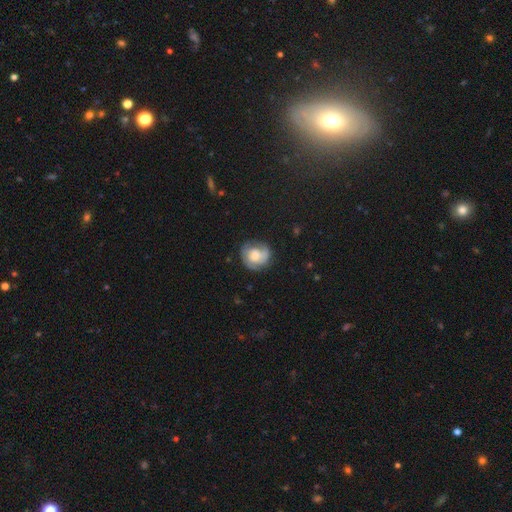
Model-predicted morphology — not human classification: smooth_or_featured: featured or disk (p=0.58) [alt: smooth p=0.34]
disk_edge_on: no (p=0.98) [alt: yes p=0.02]
bar: no (p=0.67) [alt: weak p=0.27]
has_spiral_arms: yes (p=0.83) [alt: no p=0.17]
bulge_size: moderate (p=0.40) [alt: large p=0.24]
merging: none (p=0.68) [alt: minor disturbance p=0.21]